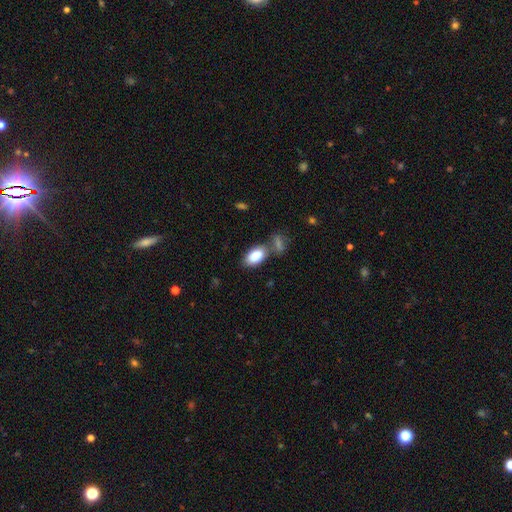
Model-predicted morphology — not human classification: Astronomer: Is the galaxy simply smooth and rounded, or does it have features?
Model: smooth — 86%.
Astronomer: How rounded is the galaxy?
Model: in between — 93%.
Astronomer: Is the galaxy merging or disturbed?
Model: none — 54%.